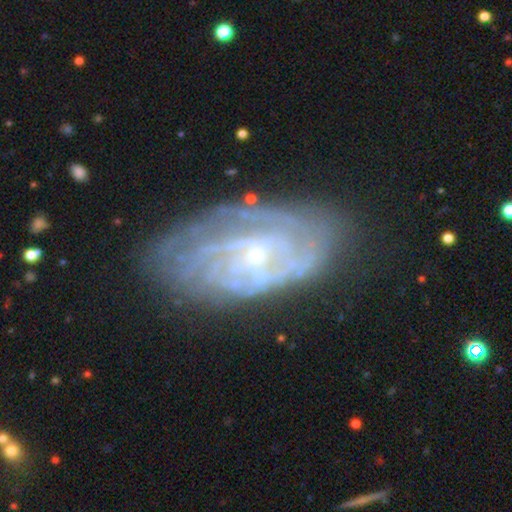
Smooth or featured? featured or disk (92%)
Edge-on disk? no (97%)
Bar? no (53%)
Spiral arms? yes (97%)
Spiral winding? tight (58%)
Spiral arm count? 3 (29%)
Bulge size? small (66%)
Merging? none (83%)